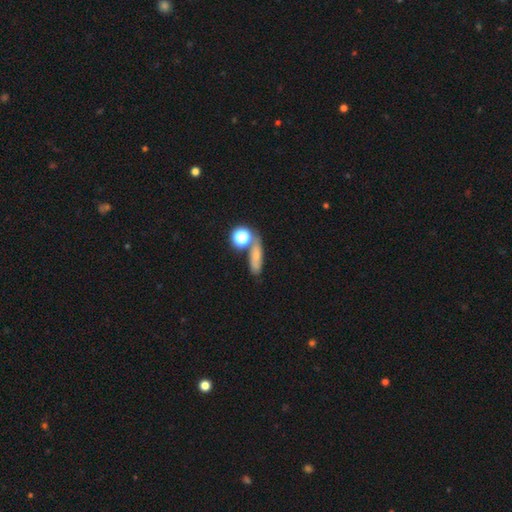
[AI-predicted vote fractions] smooth 66%, star or artifact 18%, featured or disk 16%. Down the decision tree: how rounded — in between (39%); merging — none (59%).